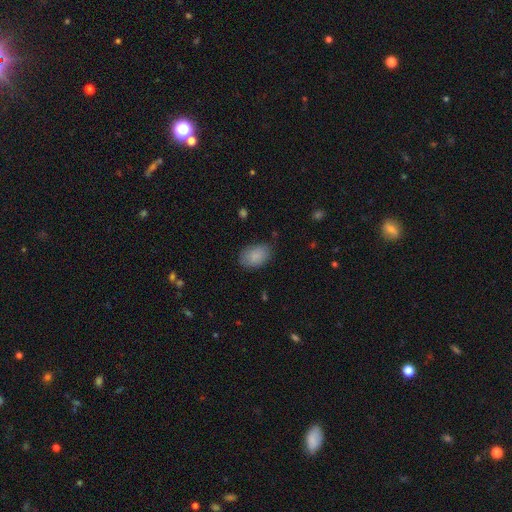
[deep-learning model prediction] smooth_or_featured: smooth (p=0.88) [alt: star or artifact p=0.07]
how_rounded: in between (p=0.87) [alt: round p=0.12]
merging: none (p=0.78) [alt: minor disturbance p=0.17]